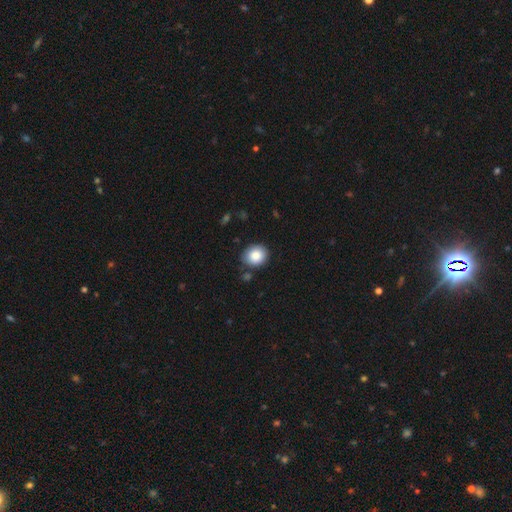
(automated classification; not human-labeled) Smooth or featured: smooth — 85% (star or artifact — 8%)
How rounded: round — 68% (in between — 31%)
Merging: none — 83% (minor disturbance — 12%)